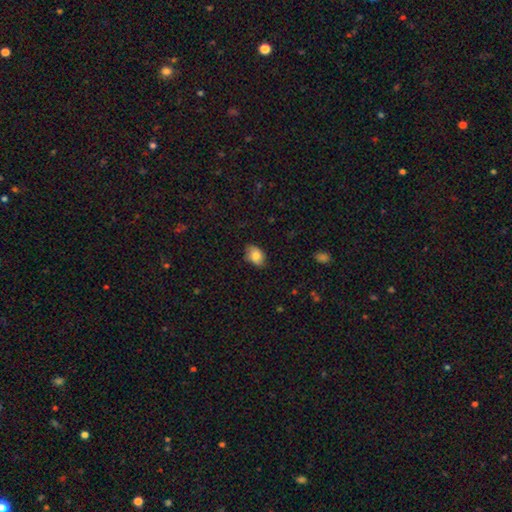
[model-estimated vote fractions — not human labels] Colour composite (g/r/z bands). It shows a smooth galaxy with no disk features (84%) that is in between round and cigar-shaped (82%). Merging: none (80%).